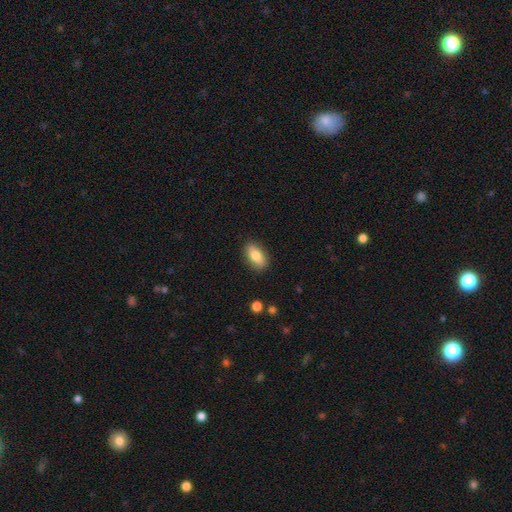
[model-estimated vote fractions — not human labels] smooth-or-featured: smooth: 79% | featured or disk: 14% | star or artifact: 7%
  how-rounded: in between: 88% | cigar-shaped: 7% | round: 5%
  merging: none: 87% | minor disturbance: 10% | major disturbance: 2% | merger: 1%